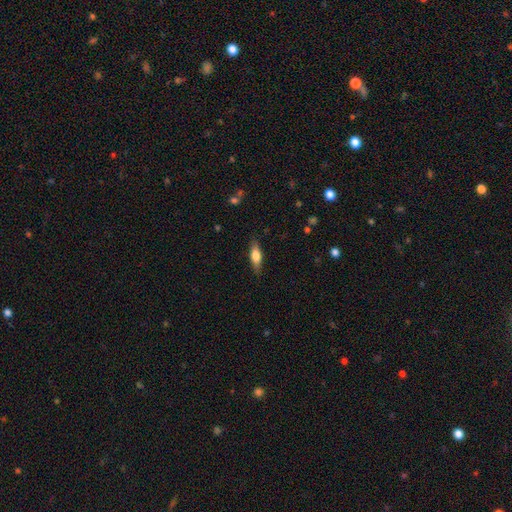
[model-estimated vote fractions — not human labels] Smooth or featured? Predicted: smooth (p=0.64). How rounded? Predicted: in between (p=0.54). Merging? Predicted: none (p=0.84).